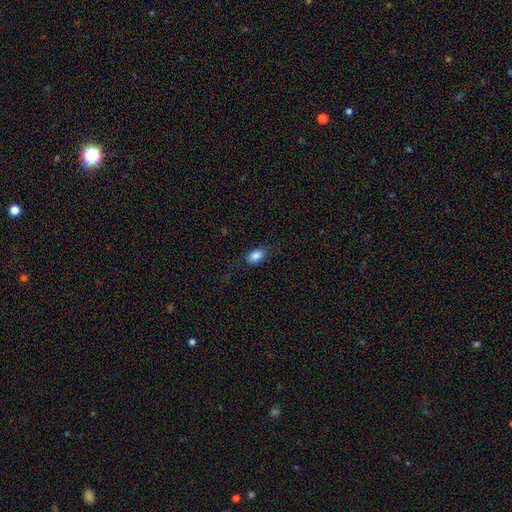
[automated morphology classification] The model was most divided on "merging": none: 76%, minor disturbance: 17%, major disturbance: 6%, merger: 1%. More confident: smooth or featured — smooth (85%); how rounded — in between (83%).